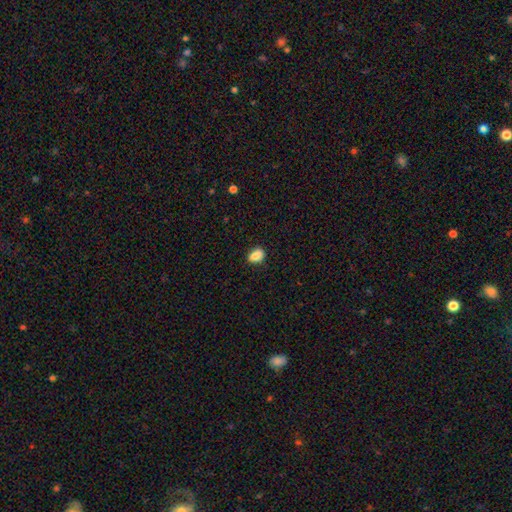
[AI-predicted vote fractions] Morphology: type=smooth (84%); roundness=in between (70%); merging=none (81%).